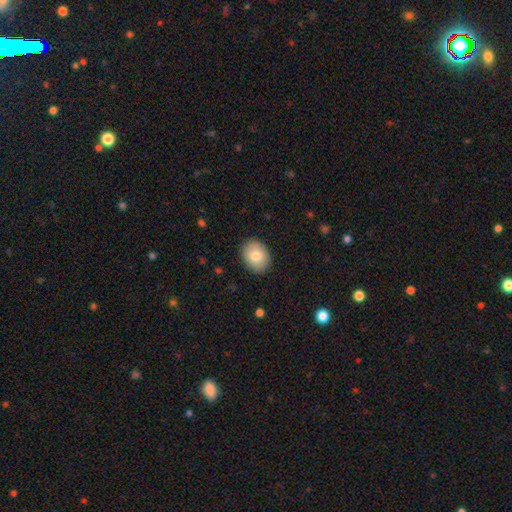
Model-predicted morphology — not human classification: Smooth or featured? smooth (83%)
How rounded? in between (63%)
Merging? none (89%)